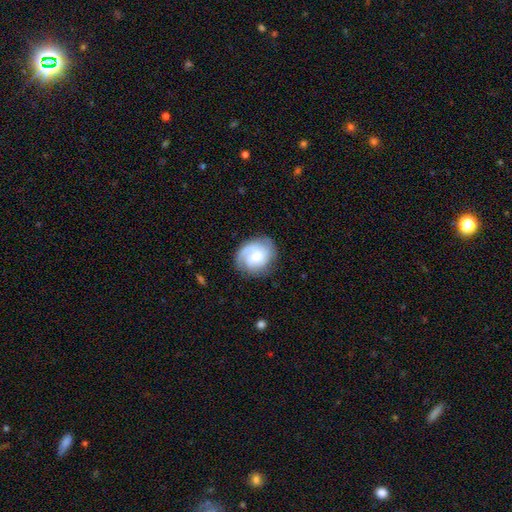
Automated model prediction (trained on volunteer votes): featured or disk 68%, smooth 26%, star or artifact 6%. Down the decision tree: edge-on disk — no (98%); bar — no (57%); spiral arms — yes (93%); spiral arm count — 2 (31%); spiral winding — tight (45%); bulge size — small (48%); merging — none (73%).